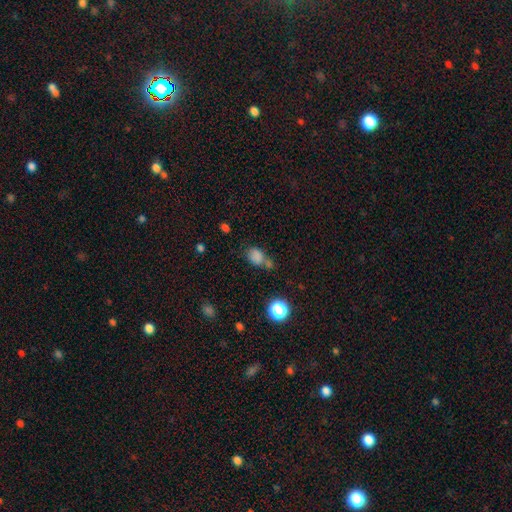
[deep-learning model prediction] smooth-or-featured: smooth: 78% | star or artifact: 15% | featured or disk: 7%
  how-rounded: in between: 53% | round: 45% | cigar-shaped: 1%
  merging: none: 45% | merger: 32% | minor disturbance: 16% | major disturbance: 7%